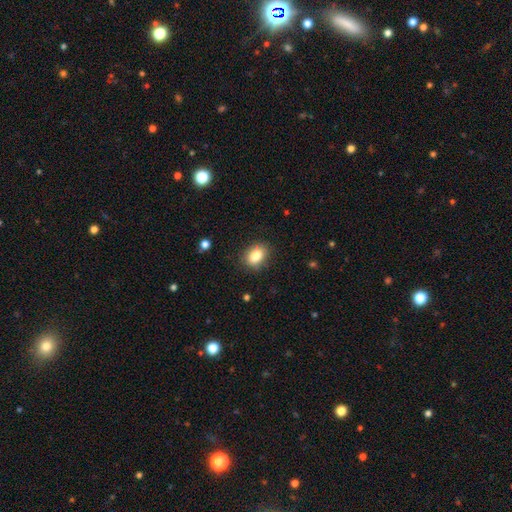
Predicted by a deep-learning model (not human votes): A smooth galaxy with no disk features (84%) that is in between round and cigar-shaped (75%).

Vote fractions:
- Smooth or featured? smooth: 84% / star or artifact: 9% / featured or disk: 8%
- How rounded? in between: 75% / round: 24% / cigar-shaped: 1%
- Merging? none: 84% / minor disturbance: 12% / major disturbance: 3% / merger: 1%